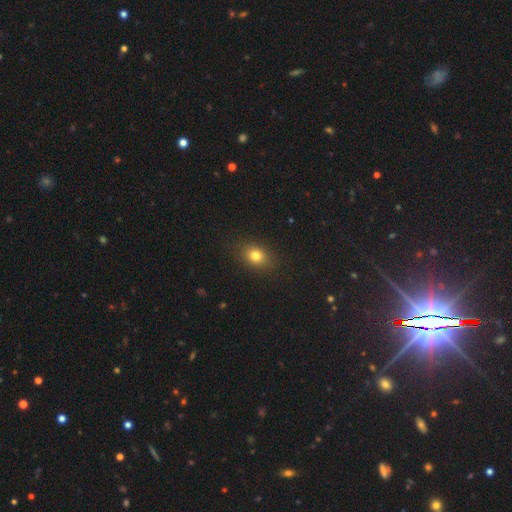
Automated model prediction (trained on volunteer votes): Smooth or featured? smooth (78%)
How rounded? in between (55%)
Merging? none (86%)